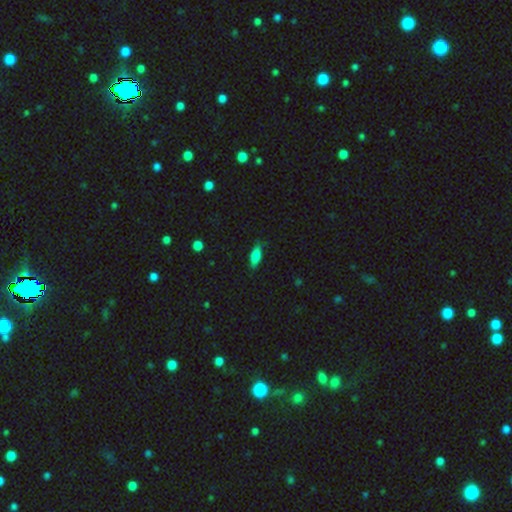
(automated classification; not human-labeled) smooth-or-featured: smooth: 80% | featured or disk: 13% | star or artifact: 7%
  how-rounded: in between: 75% | cigar-shaped: 22% | round: 3%
  merging: none: 78% | minor disturbance: 18% | major disturbance: 3% | merger: 1%